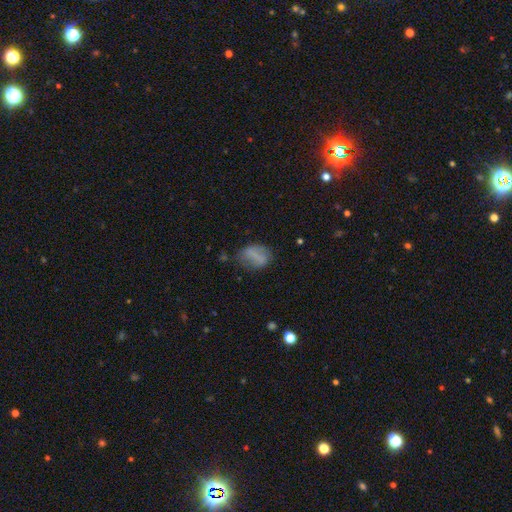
A smooth galaxy with no disk features (57%) that is in between round and cigar-shaped (67%).

Vote fractions:
- Smooth or featured? smooth: 57% / featured or disk: 41% / star or artifact: 3%
- How rounded? in between: 67% / round: 19% / cigar-shaped: 14%
- Merging? none: 64% / major disturbance: 17% / minor disturbance: 14% / merger: 6%